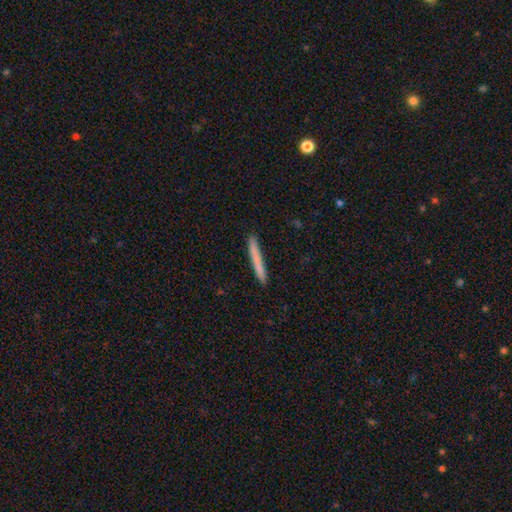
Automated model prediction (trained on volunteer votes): Morphology: type=smooth (75%); roundness=cigar-shaped (97%); merging=none (91%).